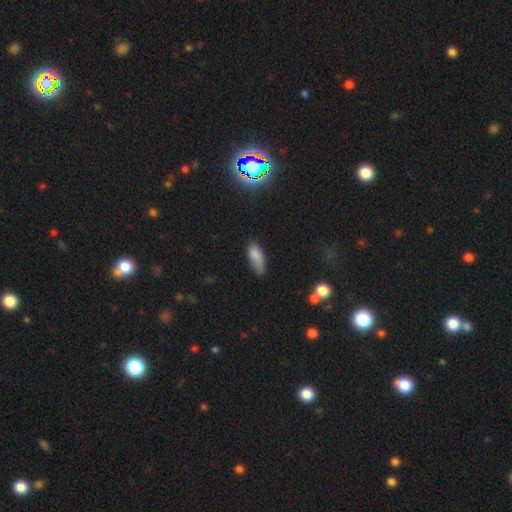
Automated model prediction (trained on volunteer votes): Morphology: type=smooth (82%); roundness=in between (81%); merging=none (60%).